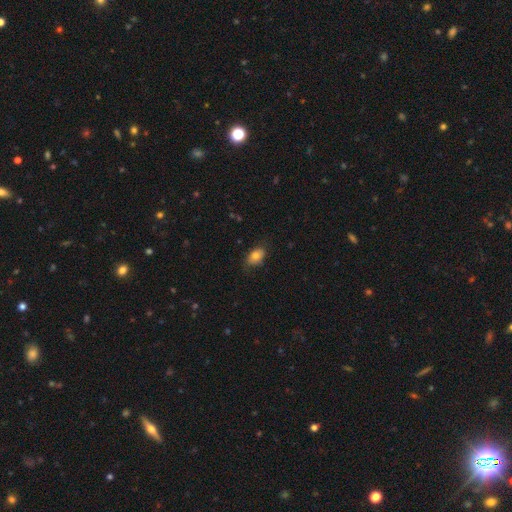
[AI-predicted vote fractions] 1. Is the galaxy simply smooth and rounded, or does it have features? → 80% smooth, 12% featured or disk, 9% star or artifact.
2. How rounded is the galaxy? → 85% in between, 13% round, 2% cigar-shaped.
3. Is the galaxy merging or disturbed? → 77% none, 18% minor disturbance, 4% major disturbance, 1% merger.